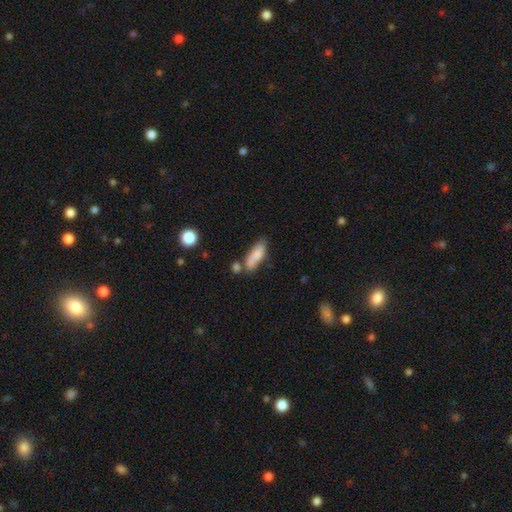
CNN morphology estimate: A smooth galaxy with no disk features (77%) that is in between round and cigar-shaped (57%). Merging: none (55%).